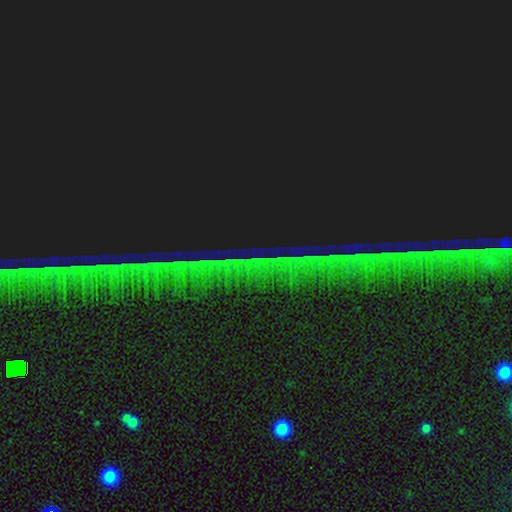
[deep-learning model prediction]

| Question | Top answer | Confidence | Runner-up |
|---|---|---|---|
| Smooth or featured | star or artifact | 85% | featured or disk (8%) |